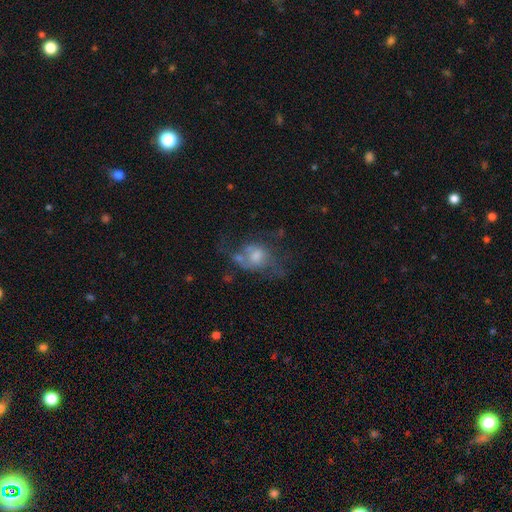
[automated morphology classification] A featured or disk galaxy (47%).

Vote fractions:
- Smooth or featured? featured or disk: 47% / smooth: 39% / star or artifact: 14%
- Merging? none: 34% (tied) / major disturbance: 34% (tied) / minor disturbance: 20% / merger: 13%